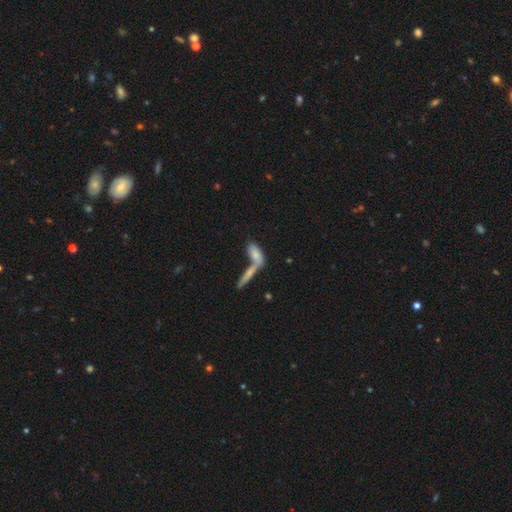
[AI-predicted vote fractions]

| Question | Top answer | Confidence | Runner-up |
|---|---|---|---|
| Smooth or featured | smooth | 72% | featured or disk (20%) |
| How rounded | in between | 60% | cigar-shaped (37%) |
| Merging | merger | 54% | none (33%) |